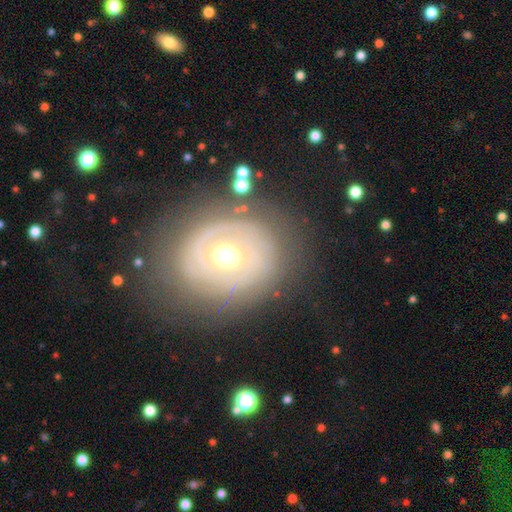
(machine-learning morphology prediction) Overall: featured or disk (72%). Edge-on disk: no (95%). Bar: no (74%). Spiral arms: no (55%; yes 45%). Bulge size: moderate (71%). Merging: none (74%).